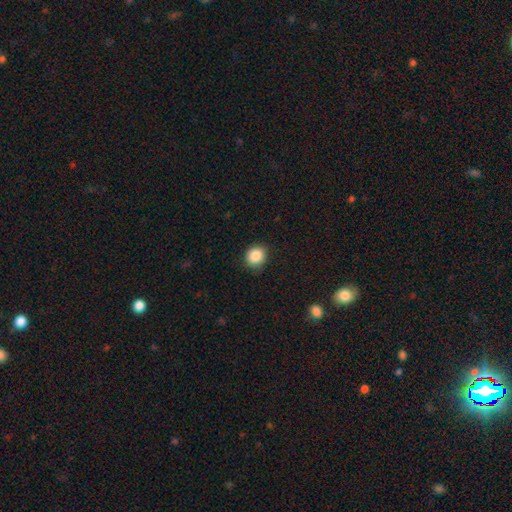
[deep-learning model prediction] Smooth or featured? smooth (87%)
How rounded? round (79%)
Merging? none (85%)